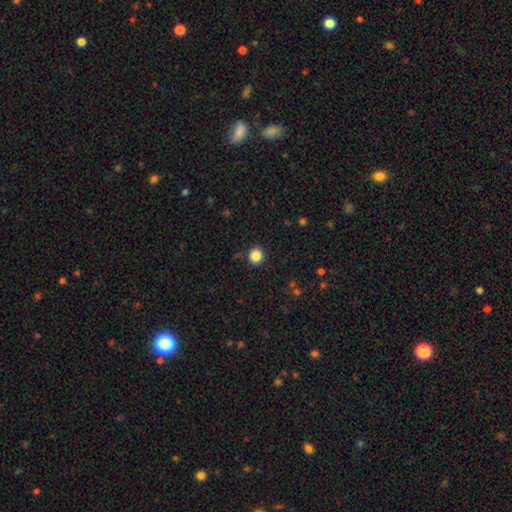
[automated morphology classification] Smooth or featured? smooth (86%)
How rounded? round (85%)
Merging? none (90%)